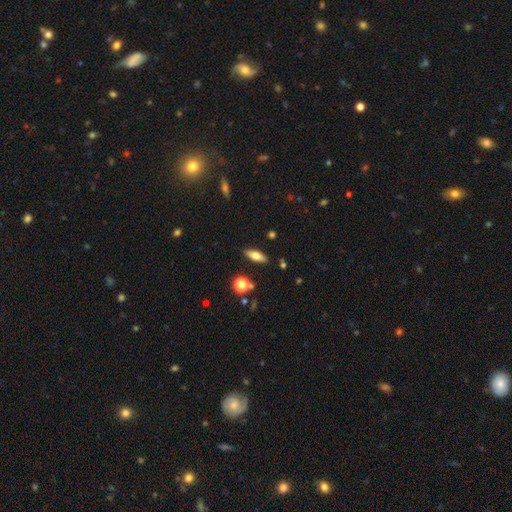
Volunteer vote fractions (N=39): smooth_or_featured: smooth (p=0.49) [alt: featured or disk p=0.46]
how_rounded: in between (p=0.58) [alt: cigar-shaped p=0.32]
merging: none (p=0.86) [alt: minor disturbance p=0.08]